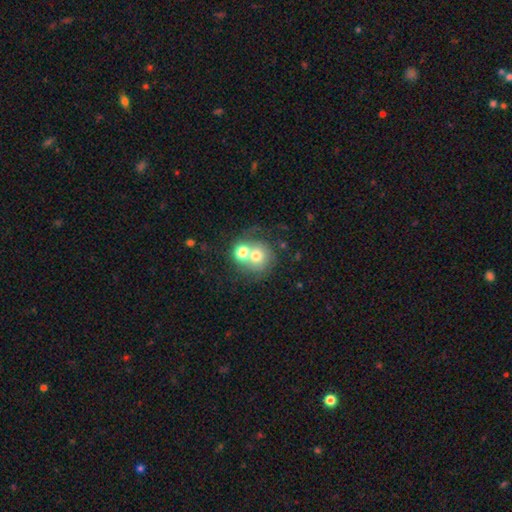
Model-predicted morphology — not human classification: Smooth or featured?
  - smooth: 63% *
  - featured or disk: 24%
  - star or artifact: 12%
How rounded?
  - round: 85% *
  - in between: 14%
  - cigar-shaped: 1%
Merging?
  - merger: 49% *
  - none: 35%
  - minor disturbance: 9%
  - major disturbance: 7%